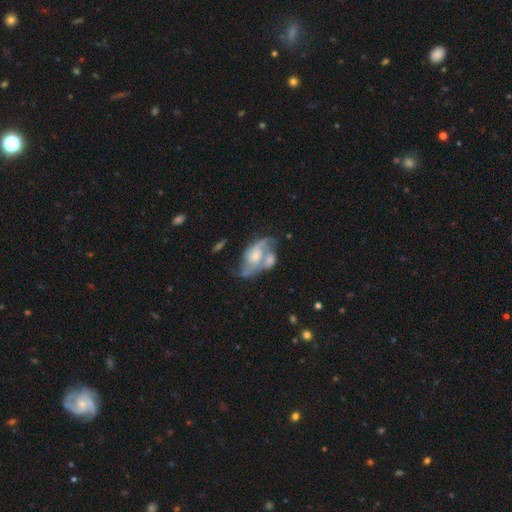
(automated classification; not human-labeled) smooth-or-featured: featured or disk: 78% | smooth: 16% | star or artifact: 6%
  disk-edge-on: no: 97% | yes: 3%
    bar: no: 62% | weak: 31% | strong: 7%
    has-spiral-arms: yes: 87% | no: 13%
      spiral-winding: medium: 45% | loose: 36% | tight: 19%
      spiral-arm-count: 2: 71% | can't tell: 14% | 3: 6% | 1: 6% | 4: 2% | more than 4: 2%
    bulge-size: small: 46% | moderate: 41% | none: 6% | large: 6% | dominant: 1%
  merging: merger: 41% | none: 27% | major disturbance: 17% | minor disturbance: 16%